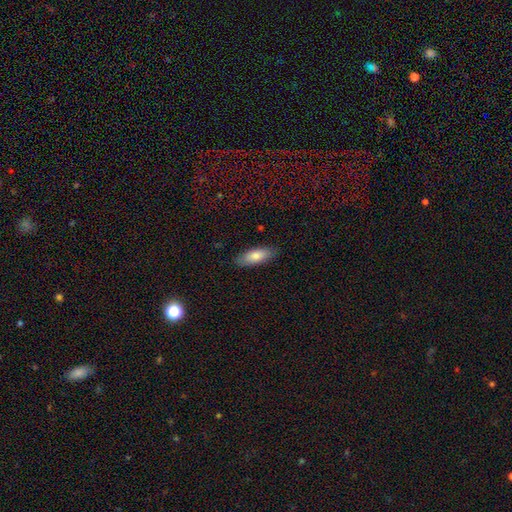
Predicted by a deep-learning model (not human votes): Smooth or featured?
  - smooth: 81% *
  - featured or disk: 13%
  - star or artifact: 6%
How rounded?
  - in between: 71% *
  - cigar-shaped: 27%
  - round: 2%
Merging?
  - none: 86% *
  - minor disturbance: 11%
  - major disturbance: 2%
  - merger: 1%